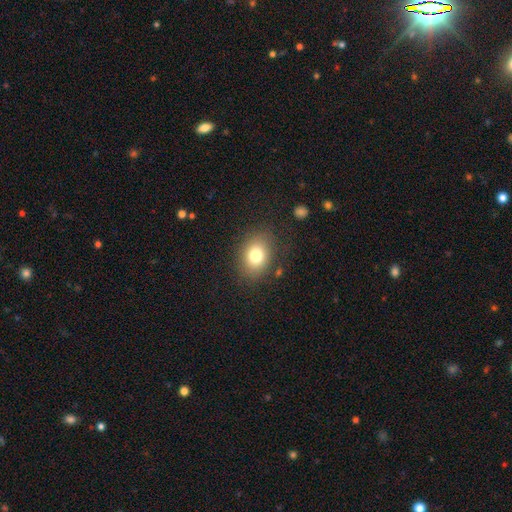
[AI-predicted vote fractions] The model was most divided on "how rounded": in between: 64%, round: 35%, cigar-shaped: 1%. More confident: merging — none (81%); smooth or featured — smooth (78%).